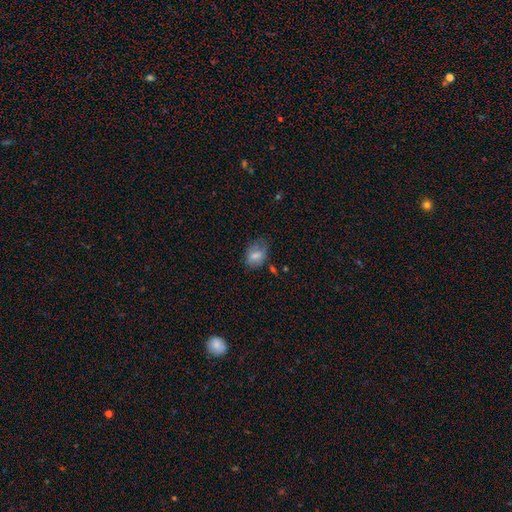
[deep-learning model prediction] This is likely a smooth galaxy (75%). How rounded: likely in between (74%). Merging: possibly none (55%).